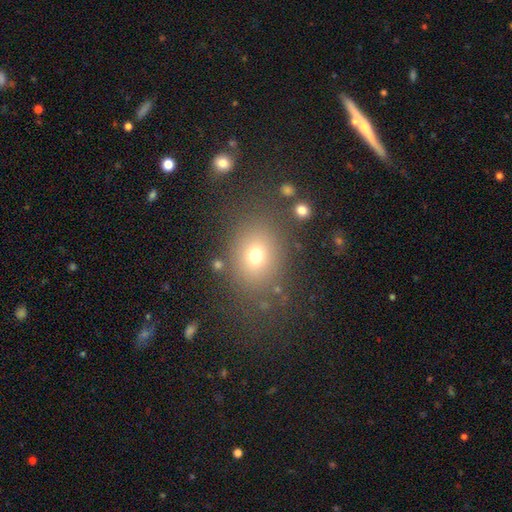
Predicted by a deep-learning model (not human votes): The model was most divided on "how rounded": in between: 50%, round: 49%, cigar-shaped: 1%. More confident: merging — none (78%); smooth or featured — smooth (71%).